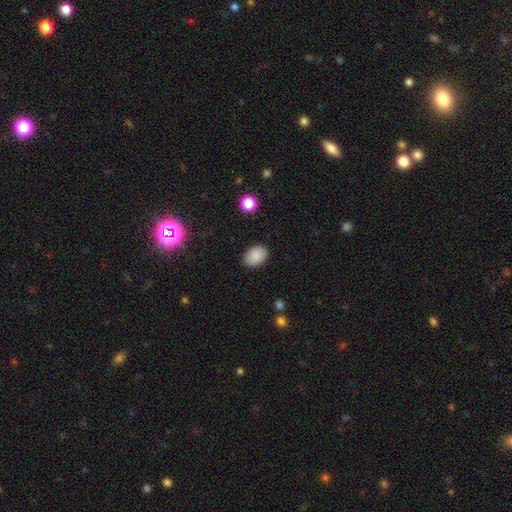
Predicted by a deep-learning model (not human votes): Morphology: type=smooth (88%); roundness=in between (83%); merging=none (88%).